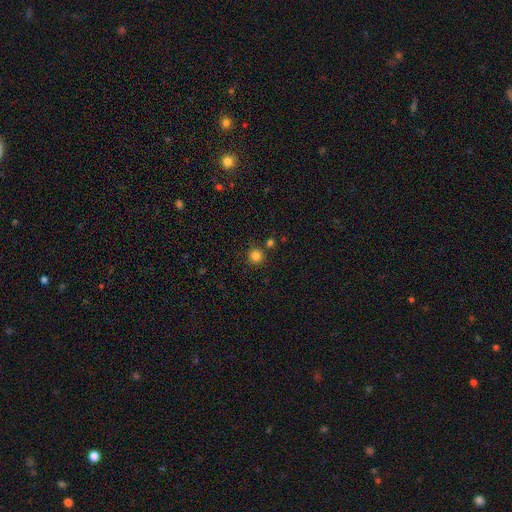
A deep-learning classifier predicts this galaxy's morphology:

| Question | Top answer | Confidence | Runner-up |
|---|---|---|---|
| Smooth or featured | smooth | 83% | star or artifact (13%) |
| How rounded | round | 94% | in between (5%) |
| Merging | none | 82% | merger (8%) |